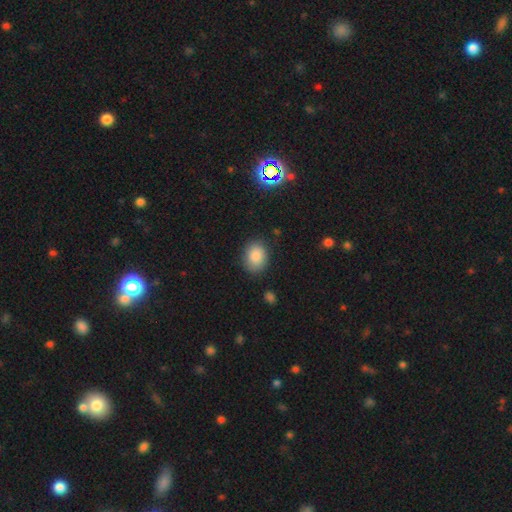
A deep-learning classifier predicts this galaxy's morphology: Smooth or featured? smooth (86%)
How rounded? in between (58%)
Merging? none (82%)